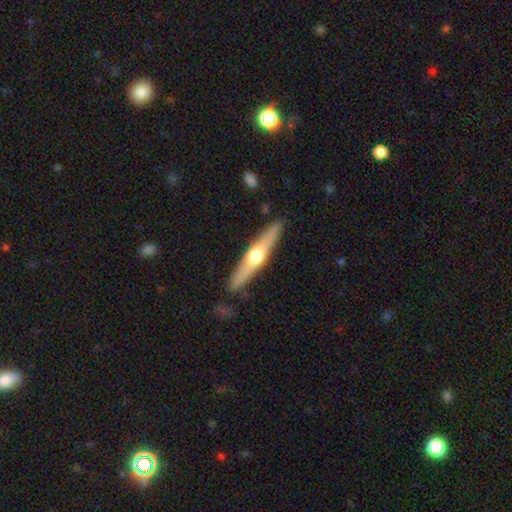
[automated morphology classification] Smooth or featured: featured or disk — 59% (smooth — 36%)
Edge-on disk: yes — 94% (no — 6%)
Edge-on bulge: rounded — 91% (none — 5%)
Merging: none — 88% (minor disturbance — 9%)